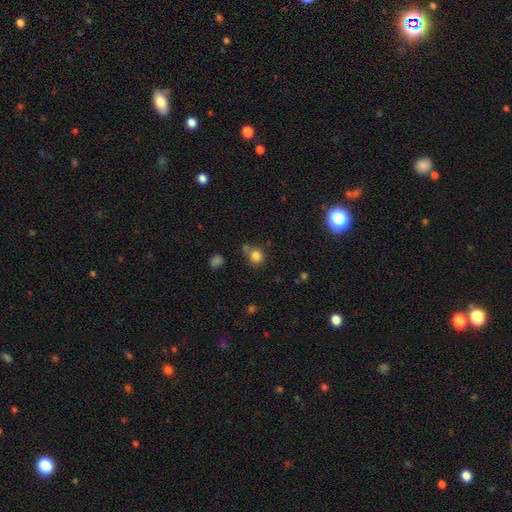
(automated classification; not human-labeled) Smooth or featured: smooth — 81% (star or artifact — 13%)
How rounded: round — 82% (in between — 17%)
Merging: none — 63% (merger — 17%)